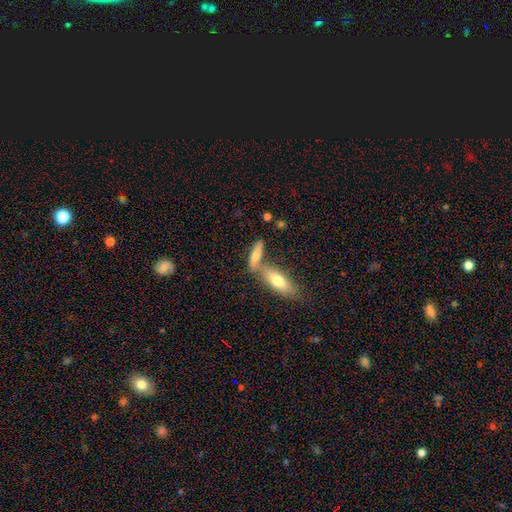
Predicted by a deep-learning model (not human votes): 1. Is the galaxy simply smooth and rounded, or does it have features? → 64% smooth, 29% featured or disk, 7% star or artifact.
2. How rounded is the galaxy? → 58% cigar-shaped, 39% in between, 3% round.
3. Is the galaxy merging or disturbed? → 45% none, 42% merger, 10% minor disturbance, 4% major disturbance.